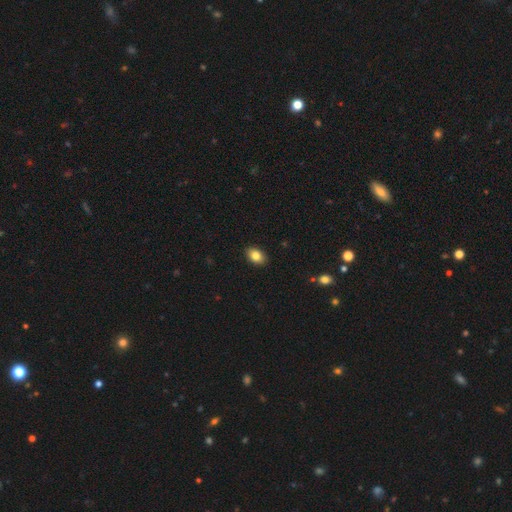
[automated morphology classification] A smooth galaxy with no disk features (84%) that is in between round and cigar-shaped (82%).

Vote fractions:
- Smooth or featured? smooth: 84% / star or artifact: 8% / featured or disk: 8%
- How rounded? in between: 82% / round: 17% / cigar-shaped: 1%
- Merging? none: 90% / minor disturbance: 8% / major disturbance: 2% / merger: 1%